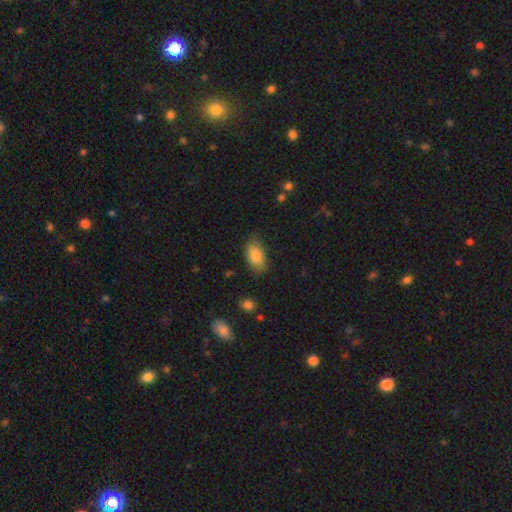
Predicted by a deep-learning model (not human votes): smooth_or_featured: smooth (p=0.83) [alt: featured or disk p=0.10]
how_rounded: in between (p=0.92) [alt: round p=0.05]
merging: none (p=0.74) [alt: minor disturbance p=0.20]